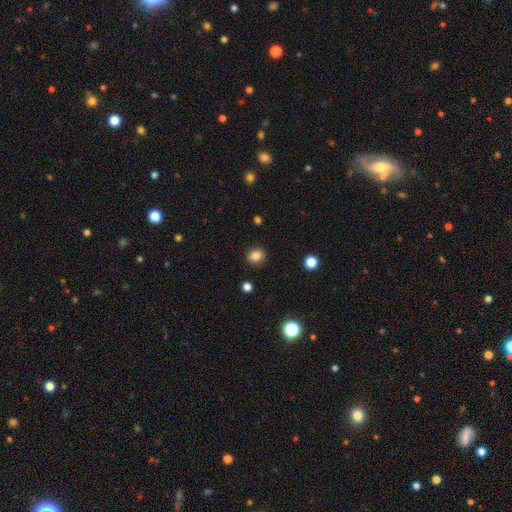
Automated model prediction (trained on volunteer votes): Smooth or featured?
  - smooth: 84% *
  - star or artifact: 11%
  - featured or disk: 5%
How rounded?
  - round: 76% *
  - in between: 23%
  - cigar-shaped: 1%
Merging?
  - none: 90% *
  - minor disturbance: 7%
  - major disturbance: 2%
  - merger: 1%